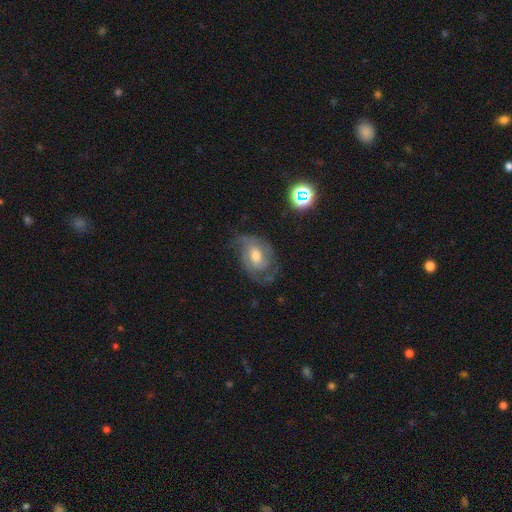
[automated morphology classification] smooth_or_featured: featured or disk (p=0.82) [alt: smooth p=0.11]
disk_edge_on: no (p=0.97) [alt: yes p=0.03]
bar: no (p=0.53) [alt: weak p=0.39]
has_spiral_arms: yes (p=0.95) [alt: no p=0.05]
spiral_winding: tight (p=0.44) [tied with: medium p=0.44]
spiral_arm_count: 2 (p=0.57) [alt: can't tell p=0.16]
bulge_size: moderate (p=0.70) [alt: small p=0.19]
merging: none (p=0.66) [alt: minor disturbance p=0.20]